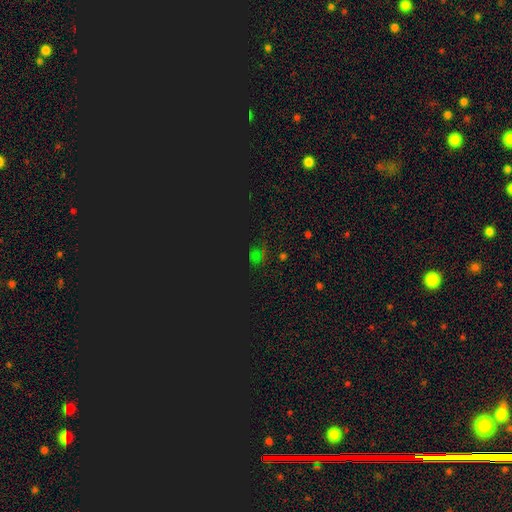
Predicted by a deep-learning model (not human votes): Smooth or featured? star or artifact (71%)